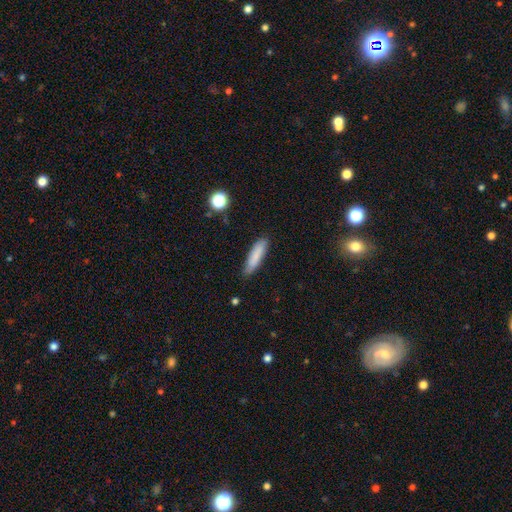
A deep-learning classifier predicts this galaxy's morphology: Smooth or featured: smooth — 83% (featured or disk — 10%)
How rounded: cigar-shaped — 74% (in between — 25%)
Merging: none — 83% (minor disturbance — 13%)